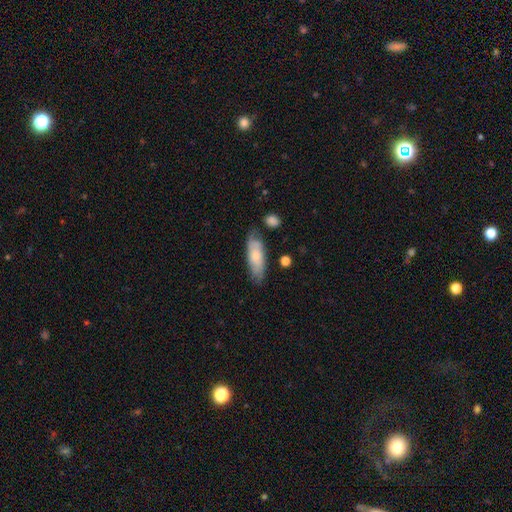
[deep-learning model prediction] smooth 63%, featured or disk 31%, star or artifact 6%. Down the decision tree: how rounded — in between (67%); merging — none (68%).